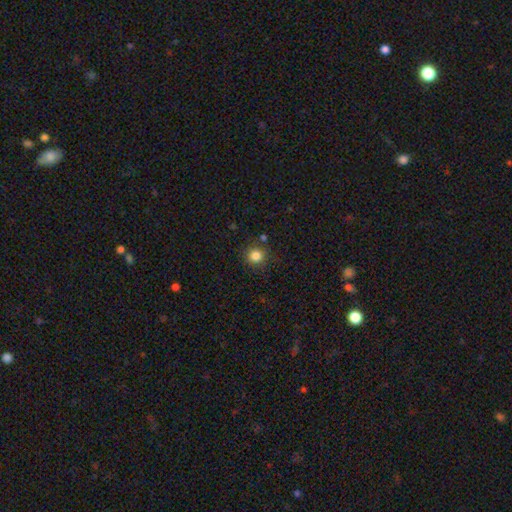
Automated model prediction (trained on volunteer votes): The model was most divided on "smooth or featured": smooth: 83%, star or artifact: 12%, featured or disk: 4%. More confident: how rounded — round (90%); merging — none (84%).